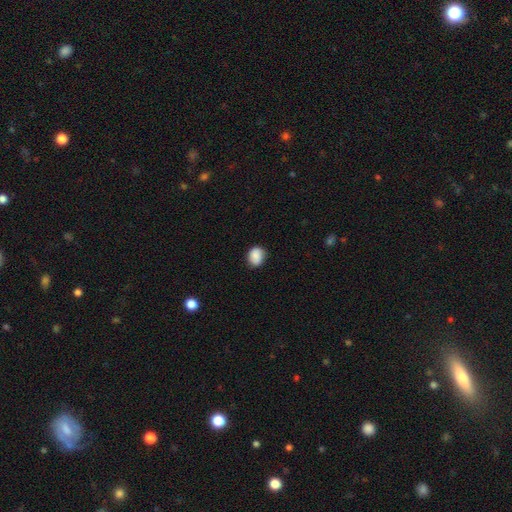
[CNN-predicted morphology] Smooth or featured? Predicted: smooth (p=0.87). How rounded? Predicted: in between (p=0.51). Merging? Predicted: none (p=0.80).